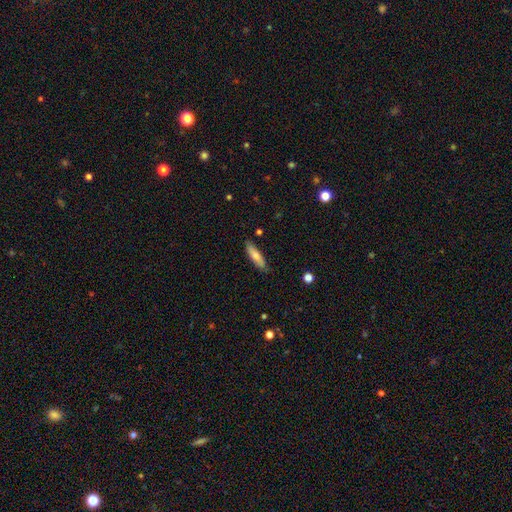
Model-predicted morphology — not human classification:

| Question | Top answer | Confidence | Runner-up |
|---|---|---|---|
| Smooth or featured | smooth | 70% | featured or disk (23%) |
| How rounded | cigar-shaped | 63% | in between (35%) |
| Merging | none | 82% | minor disturbance (14%) |